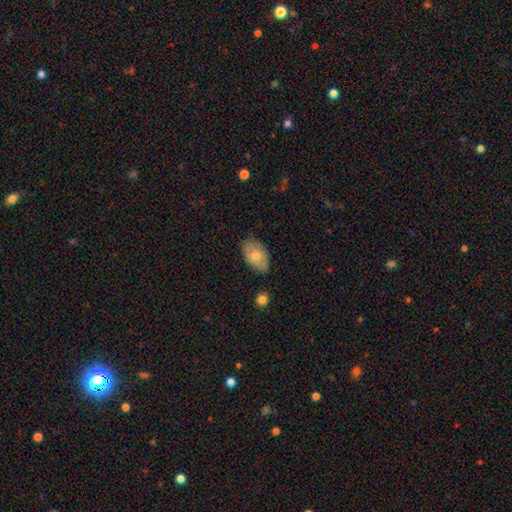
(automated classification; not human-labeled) smooth_or_featured: smooth (p=0.59) [alt: featured or disk p=0.34]
how_rounded: in between (p=0.91) [alt: round p=0.08]
merging: none (p=0.76) [alt: minor disturbance p=0.20]